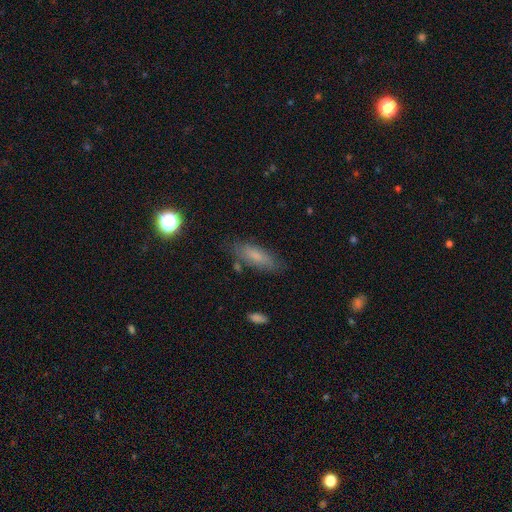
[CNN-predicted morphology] smooth_or_featured: smooth (p=0.73) [alt: featured or disk p=0.18]
how_rounded: in between (p=0.54) [alt: cigar-shaped p=0.43]
merging: none (p=0.78) [alt: minor disturbance p=0.15]